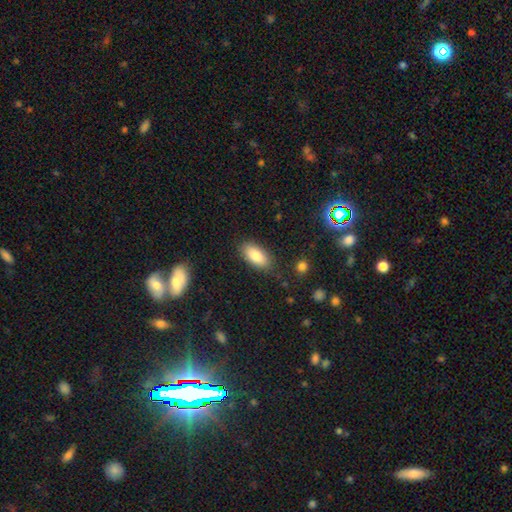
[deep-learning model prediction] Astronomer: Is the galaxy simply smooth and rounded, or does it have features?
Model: smooth — 84%.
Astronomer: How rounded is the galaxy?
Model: in between — 89%.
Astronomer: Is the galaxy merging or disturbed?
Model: none — 83%.